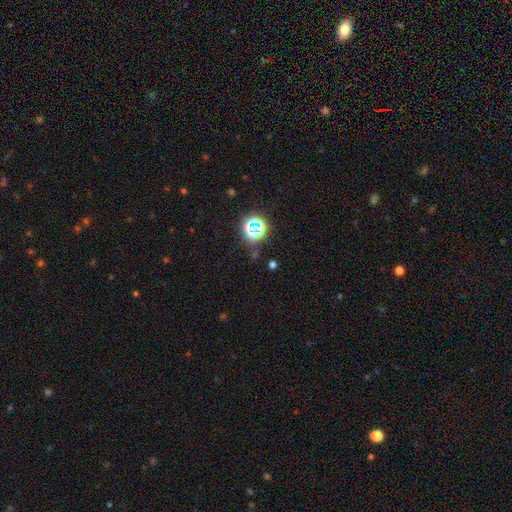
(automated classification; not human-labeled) A star or artifact, not a galaxy (70%).